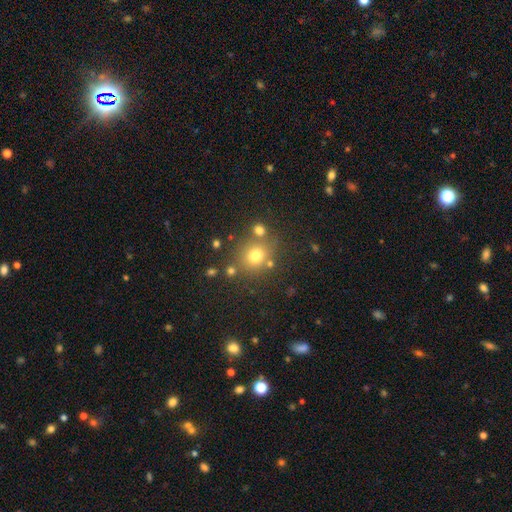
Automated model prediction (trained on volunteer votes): This appears to be a smooth galaxy with no disk features (72%) that is round (82%). Merging: none (74%).